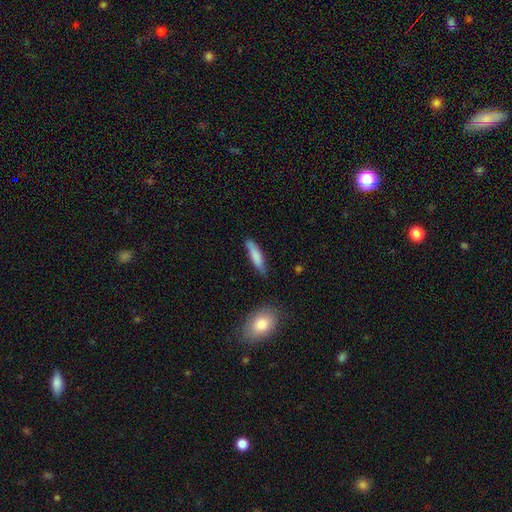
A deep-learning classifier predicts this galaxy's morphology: smooth_or_featured: smooth (p=0.80) [alt: featured or disk p=0.14]
how_rounded: cigar-shaped (p=0.78) [alt: in between p=0.20]
merging: none (p=0.76) [alt: minor disturbance p=0.19]